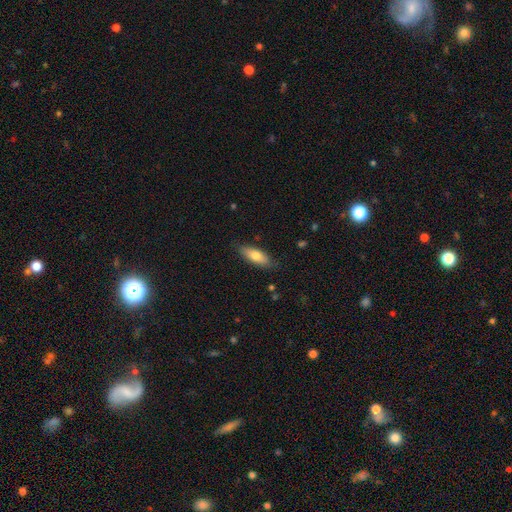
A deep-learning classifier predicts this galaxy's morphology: Q: Smooth or featured?
A: smooth (74%); runner-up: featured or disk (20%)
Q: How rounded?
A: in between (68%); runner-up: cigar-shaped (30%)
Q: Merging?
A: none (84%); runner-up: minor disturbance (13%)